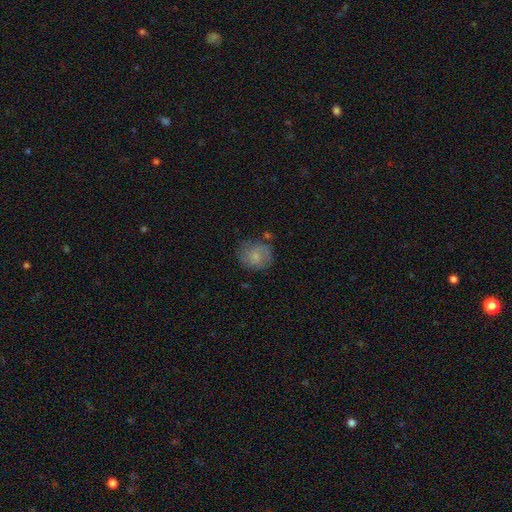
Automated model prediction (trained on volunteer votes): smooth 68%, featured or disk 24%, star or artifact 8%. Down the decision tree: how rounded — round (83%); merging — none (70%).